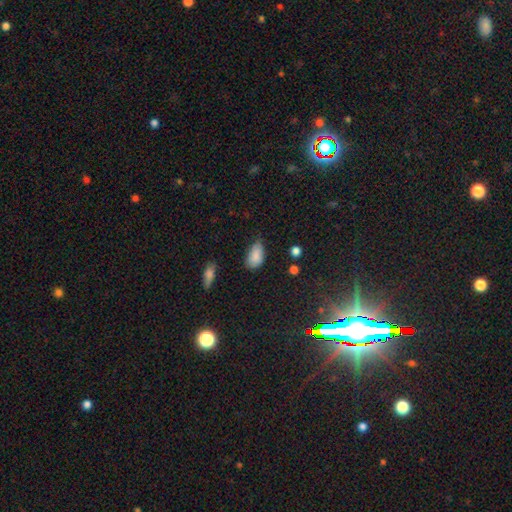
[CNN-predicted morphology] Overall: smooth (84%). How rounded: in between (91%). Merging: minor disturbance (47%; none 41%).